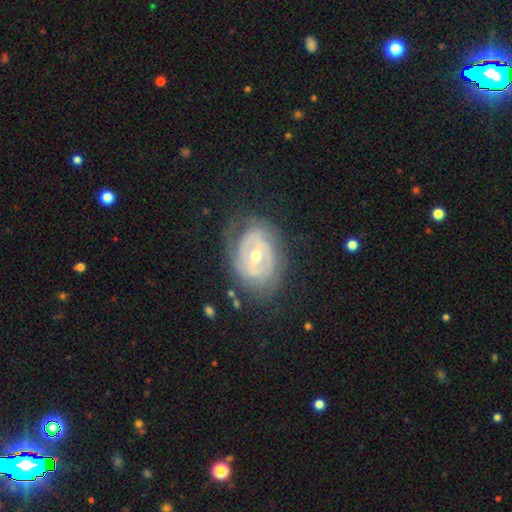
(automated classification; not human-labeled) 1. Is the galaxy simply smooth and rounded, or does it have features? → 81% featured or disk, 14% smooth, 6% star or artifact.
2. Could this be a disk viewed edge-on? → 96% no, 4% yes.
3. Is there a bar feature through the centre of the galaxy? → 43% weak, 32% no, 25% strong.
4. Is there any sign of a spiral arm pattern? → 76% yes, 24% no.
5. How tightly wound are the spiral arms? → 66% tight, 24% medium, 10% loose.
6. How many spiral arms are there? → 44% 2, 36% can't tell, 10% 3, 5% 1, 3% 4, 3% more than 4.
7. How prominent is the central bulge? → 60% moderate, 36% small, 2% large, 1% none, 1% dominant.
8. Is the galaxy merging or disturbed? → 70% none, 19% minor disturbance, 9% major disturbance, 1% merger.